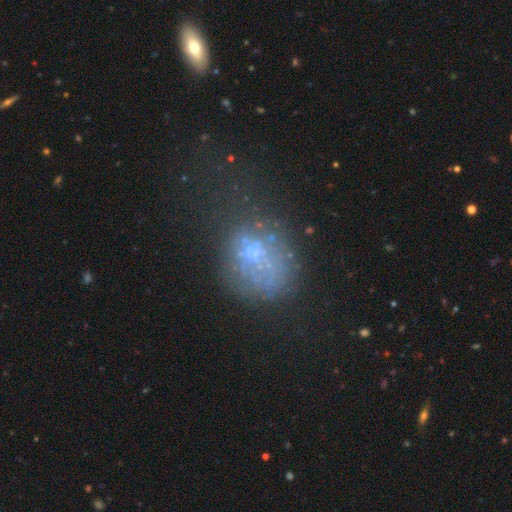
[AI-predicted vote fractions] smooth_or_featured: featured or disk (p=0.39) [tied with: smooth p=0.39]
merging: none (p=0.40) [alt: major disturbance p=0.29]